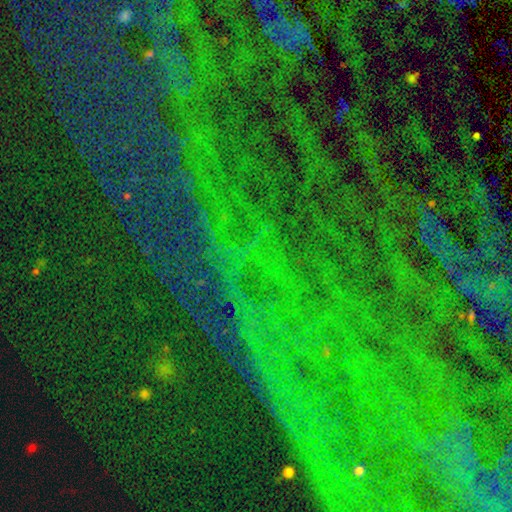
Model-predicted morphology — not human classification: The model was most divided on "smooth or featured": star or artifact: 84%, smooth: 8%, featured or disk: 8%.